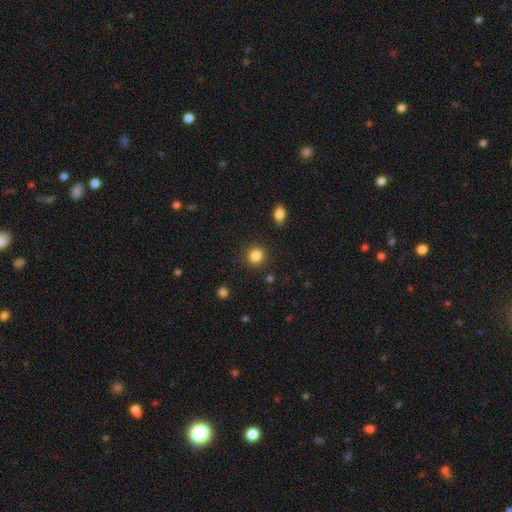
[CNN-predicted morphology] Smooth or featured?
  - smooth: 85% *
  - star or artifact: 11%
  - featured or disk: 4%
How rounded?
  - round: 90% *
  - in between: 9%
  - cigar-shaped: 1%
Merging?
  - none: 90% *
  - minor disturbance: 6%
  - major disturbance: 2%
  - merger: 2%